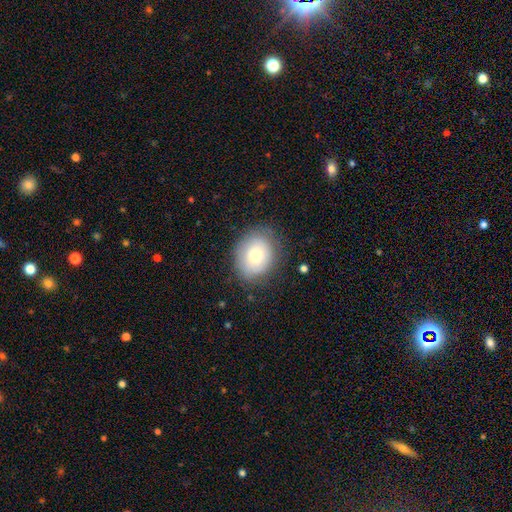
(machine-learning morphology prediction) A smooth galaxy with no disk features (72%) that is round (59%). Merging: none (78%).